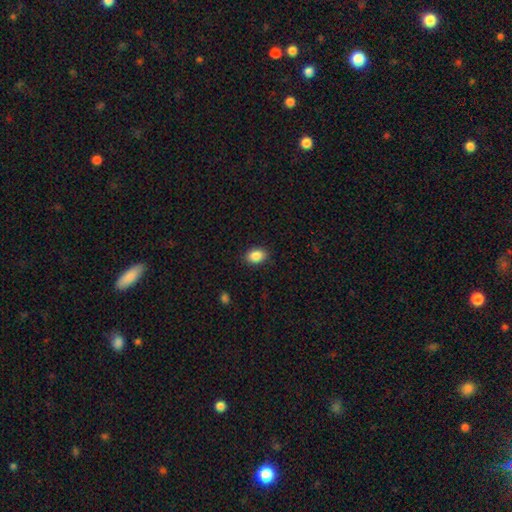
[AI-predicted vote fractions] Morphology: type=smooth (88%); roundness=in between (79%); merging=none (88%).